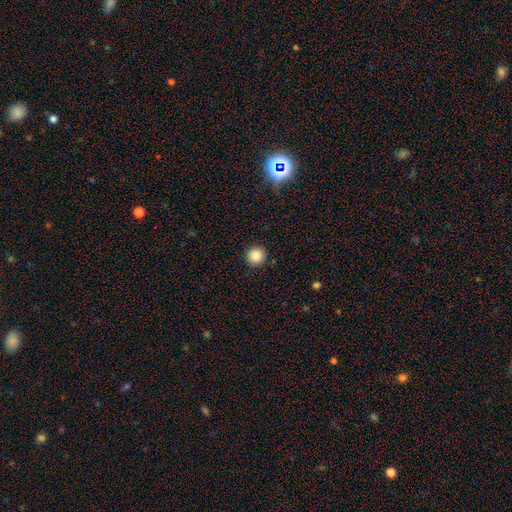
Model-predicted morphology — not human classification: Overall: smooth (87%). How rounded: round (95%). Merging: none (92%).